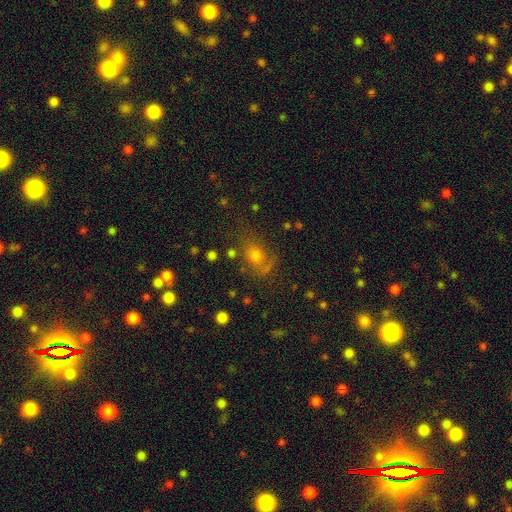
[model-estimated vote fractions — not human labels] Overall: smooth (58%; star or artifact 22%). How rounded: round (52%; in between 46%). Merging: none (59%; minor disturbance 21%).